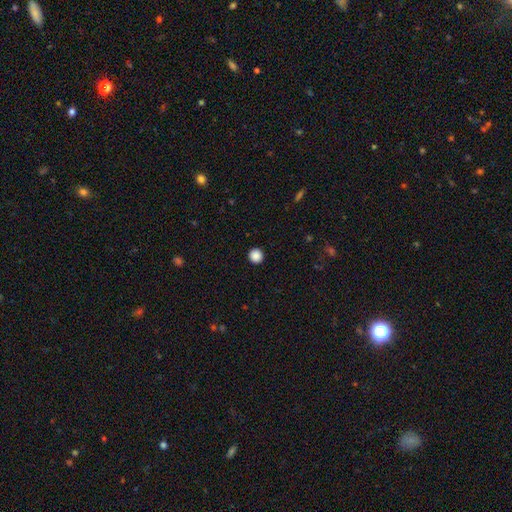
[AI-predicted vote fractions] smooth_or_featured: smooth (p=0.88) [alt: star or artifact p=0.09]
how_rounded: round (p=0.96) [alt: in between p=0.03]
merging: none (p=0.94) [alt: minor disturbance p=0.04]